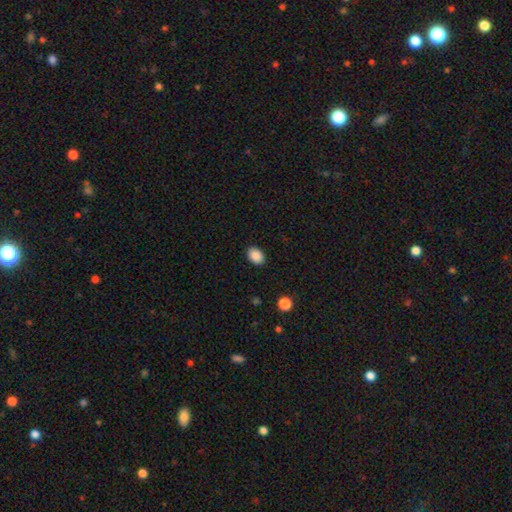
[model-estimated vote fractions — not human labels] This appears to be a smooth galaxy with no disk features (88%) that is in between round and cigar-shaped (75%). Merging: none (90%).